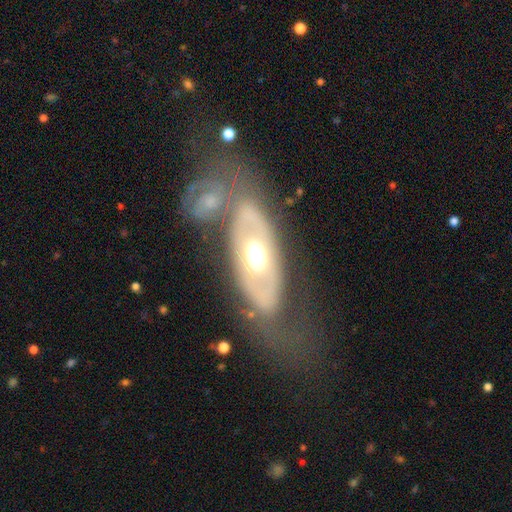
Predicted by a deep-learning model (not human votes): This is likely a featured or disk galaxy (62%). It is clearly not viewed edge-on (84%). Bar: clearly no (82%). Spiral arm pattern: likely no (78%). Central bulge: possibly moderate (48%). Merging: possibly none (58%).